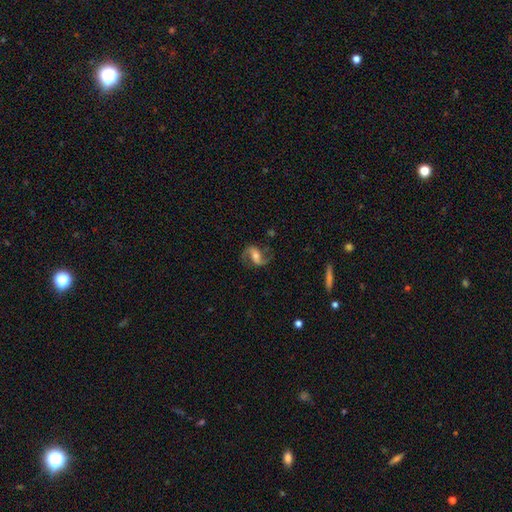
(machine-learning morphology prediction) Q: Smooth or featured?
A: featured or disk (84%); runner-up: smooth (10%)
Q: Edge-on disk?
A: no (97%); runner-up: yes (3%)
Q: Bar?
A: weak (40%); runner-up: no (30%)
Q: Spiral arms?
A: yes (96%); runner-up: no (4%)
Q: Spiral winding?
A: loose (53%); runner-up: medium (39%)
Q: Spiral arm count?
A: 2 (92%); runner-up: 1 (3%)
Q: Bulge size?
A: moderate (55%); runner-up: small (32%)
Q: Merging?
A: none (77%); runner-up: minor disturbance (13%)